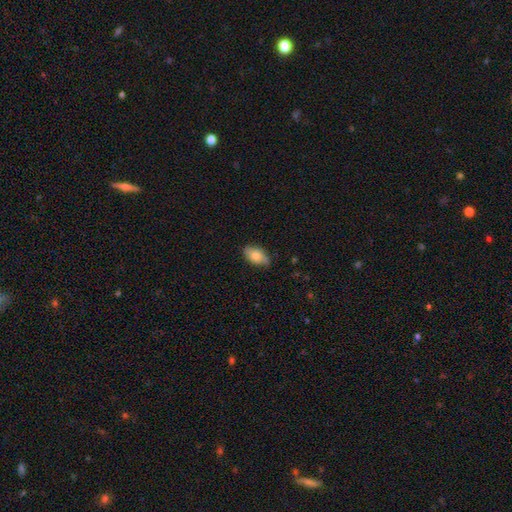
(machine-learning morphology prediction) Smooth or featured: smooth — 71% (featured or disk — 22%)
How rounded: in between — 92% (round — 5%)
Merging: none — 77% (minor disturbance — 19%)